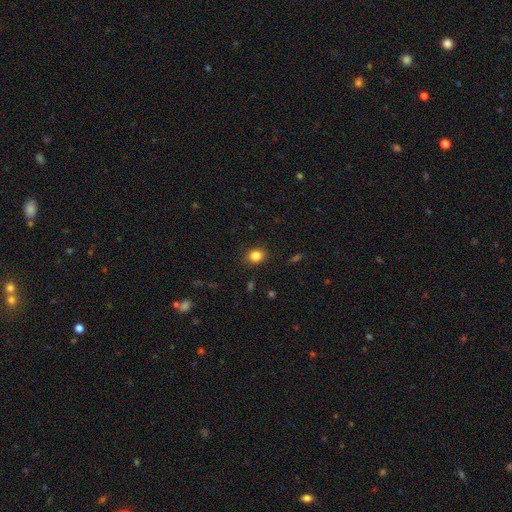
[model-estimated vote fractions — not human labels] The model was most divided on "how rounded": round: 62%, in between: 37%, cigar-shaped: 1%. More confident: merging — none (87%); smooth or featured — smooth (84%).